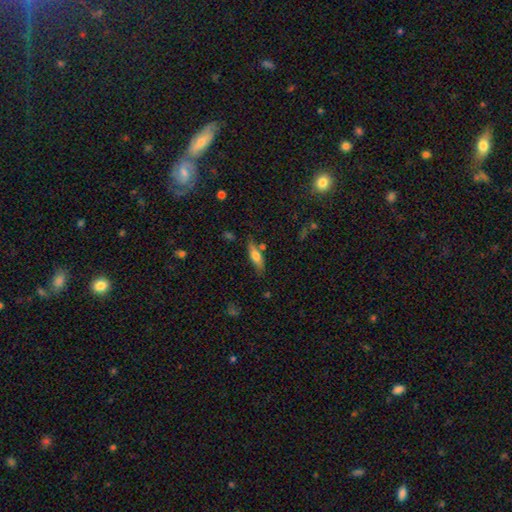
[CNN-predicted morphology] smooth-or-featured: smooth: 68% | featured or disk: 25% | star or artifact: 7%
  how-rounded: cigar-shaped: 51% | in between: 47% | round: 2%
  merging: none: 72% | minor disturbance: 17% | merger: 7% | major disturbance: 4%